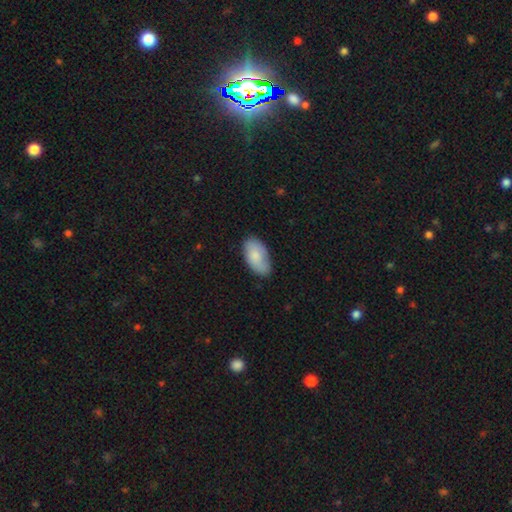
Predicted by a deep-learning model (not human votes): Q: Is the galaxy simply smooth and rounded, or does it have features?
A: smooth — 80%.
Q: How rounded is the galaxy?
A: in between — 95%.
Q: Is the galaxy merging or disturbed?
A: none — 77%.